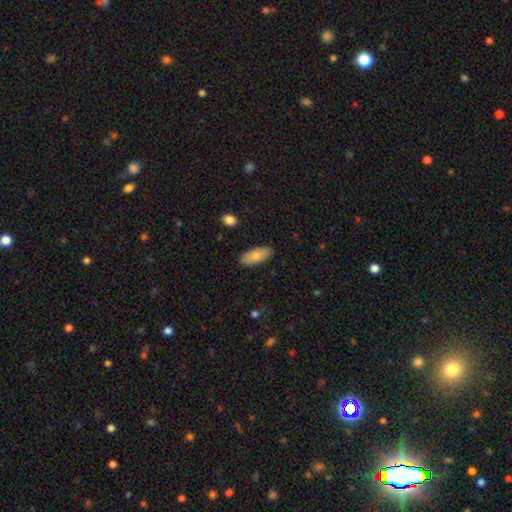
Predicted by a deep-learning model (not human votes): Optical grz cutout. It shows a smooth galaxy with no disk features (80%) that is in between round and cigar-shaped (87%). Merging: none (87%).